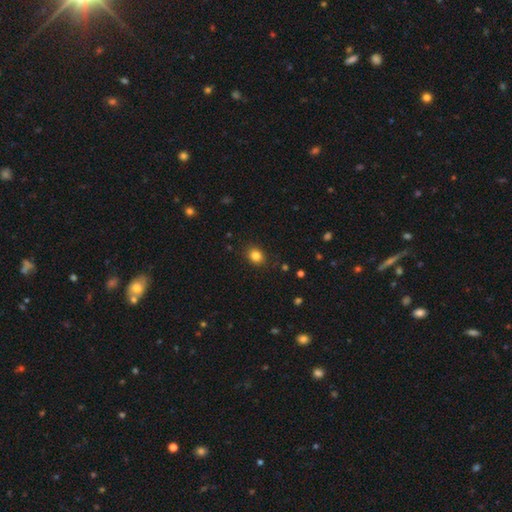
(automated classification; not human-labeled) This is clearly a smooth galaxy (83%). How rounded: likely round (60%). Merging: clearly none (87%).